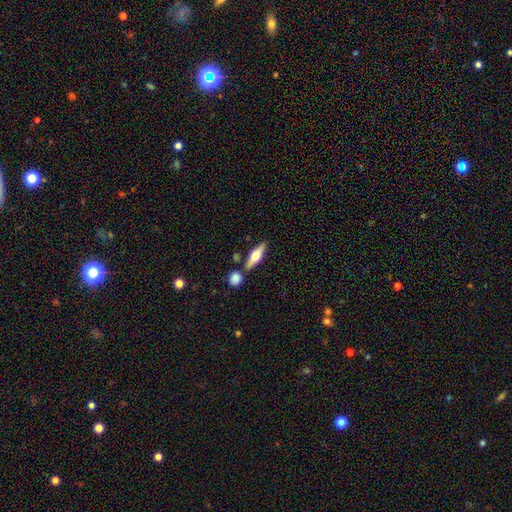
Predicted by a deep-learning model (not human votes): Overall: featured or disk (50%; smooth 44%). Merging: none (77%).